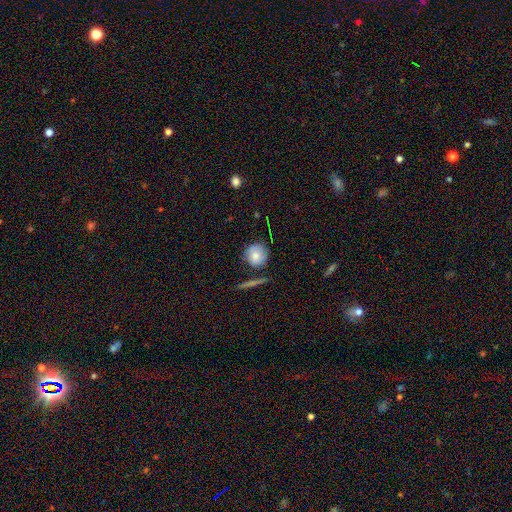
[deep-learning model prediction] smooth_or_featured: smooth (p=0.71) [alt: featured or disk p=0.21]
how_rounded: round (p=0.88) [alt: in between p=0.10]
merging: none (p=0.72) [alt: minor disturbance p=0.17]